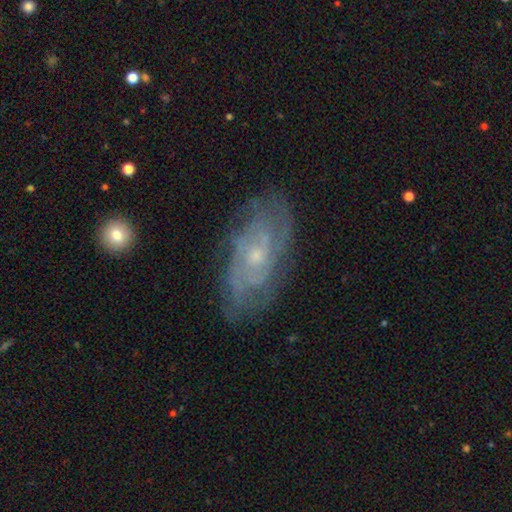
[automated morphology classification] A featured or disk galaxy (79%) with no bar (72%), tight (62%) spiral arms (90%) and a small central bulge (66%). Merging: none (76%).